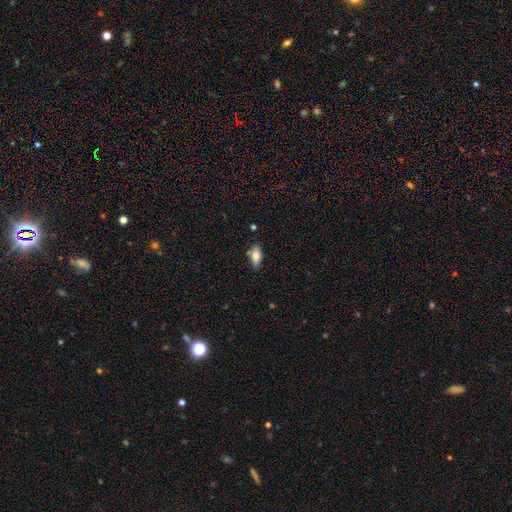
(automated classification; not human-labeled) A smooth galaxy with no disk features (78%) that is in between round and cigar-shaped (84%). Merging: none (79%).